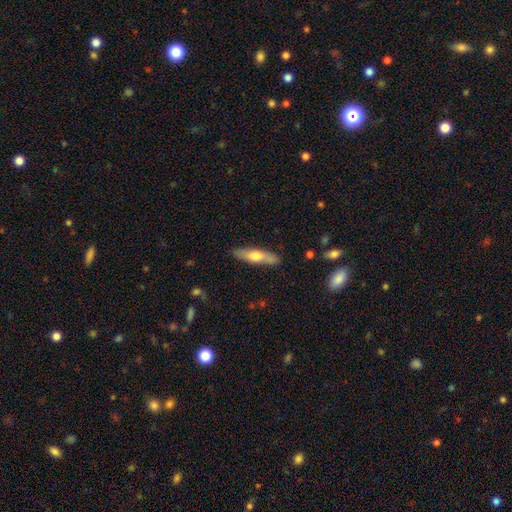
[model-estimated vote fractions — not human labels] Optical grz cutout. It shows a smooth galaxy with no disk features (54%) that is cigar-shaped (75%). Merging: none (85%).